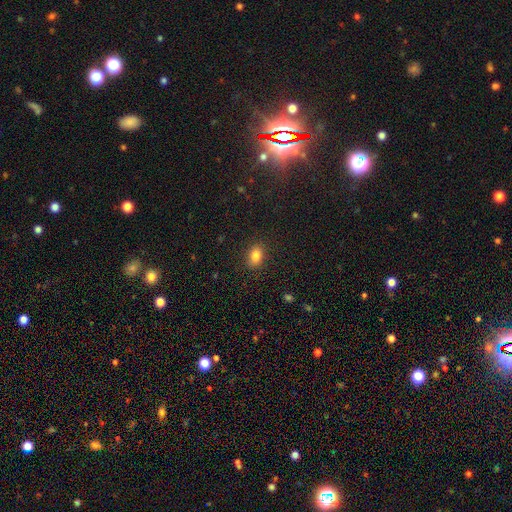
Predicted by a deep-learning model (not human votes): Smooth or featured?
  - smooth: 84% *
  - star or artifact: 10%
  - featured or disk: 6%
How rounded?
  - in between: 78% *
  - round: 20%
  - cigar-shaped: 2%
Merging?
  - none: 86% *
  - minor disturbance: 10%
  - major disturbance: 3%
  - merger: 1%